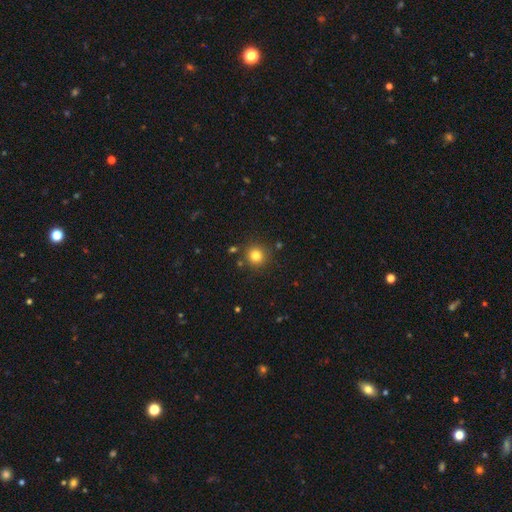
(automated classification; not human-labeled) Smooth or featured? smooth (81%)
How rounded? round (94%)
Merging? none (87%)